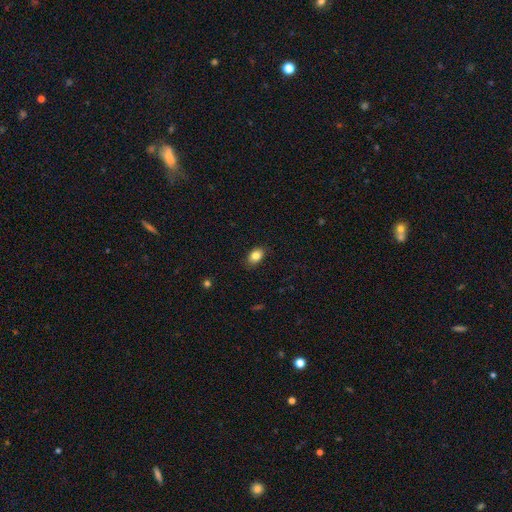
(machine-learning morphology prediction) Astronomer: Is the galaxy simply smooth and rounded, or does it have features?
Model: smooth — 84%.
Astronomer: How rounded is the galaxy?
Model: in between — 79%.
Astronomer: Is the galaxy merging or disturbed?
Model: none — 84%.